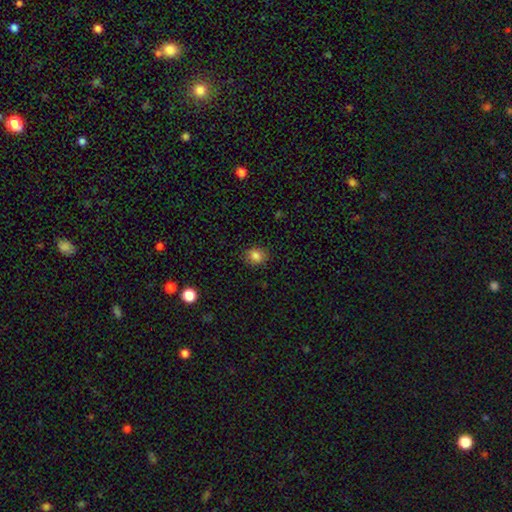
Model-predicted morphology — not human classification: type=smooth (84%); roundness=round (61%); merging=none (86%).